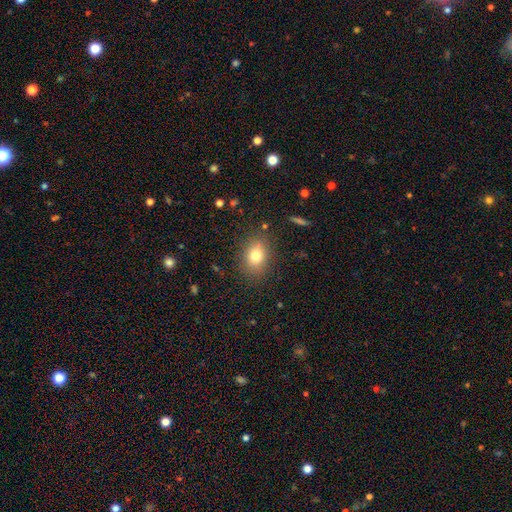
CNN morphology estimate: Smooth or featured? smooth (78%)
How rounded? in between (65%)
Merging? none (83%)